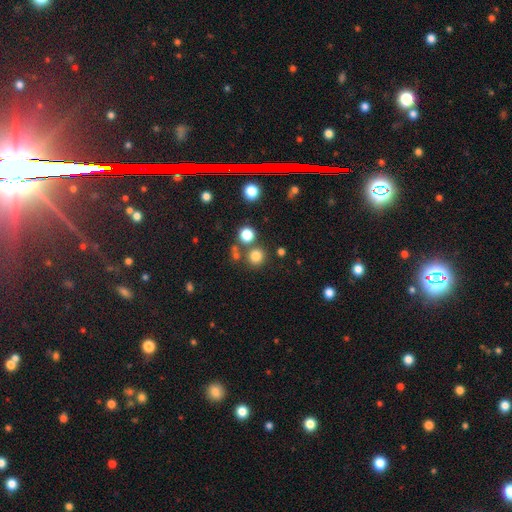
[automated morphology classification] Smooth or featured? Predicted: smooth (p=0.79). How rounded? Predicted: round (p=0.93). Merging? Predicted: none (p=0.77).